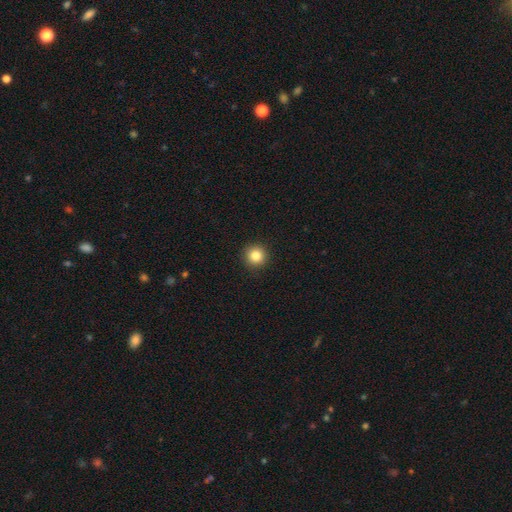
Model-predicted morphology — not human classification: The model was most divided on "smooth or featured": smooth: 84%, star or artifact: 11%, featured or disk: 5%. More confident: how rounded — round (95%); merging — none (92%).